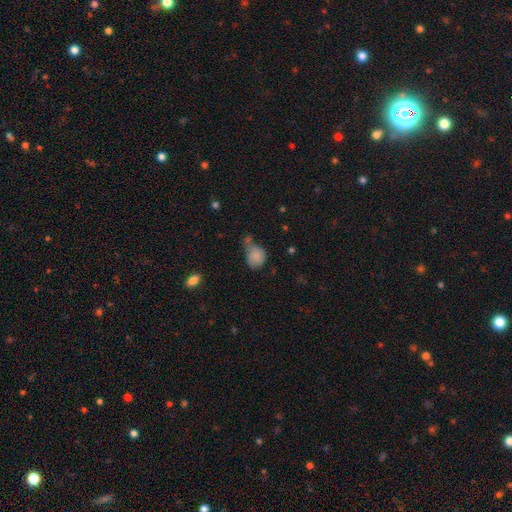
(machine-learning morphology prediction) This appears to be a smooth galaxy with no disk features (82%) that is round (60%). Merging: none (37%).